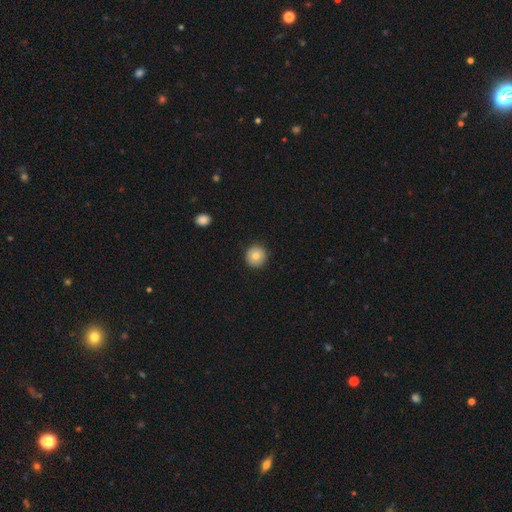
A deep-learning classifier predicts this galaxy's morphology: Overall: smooth (80%). How rounded: round (95%). Merging: none (92%).